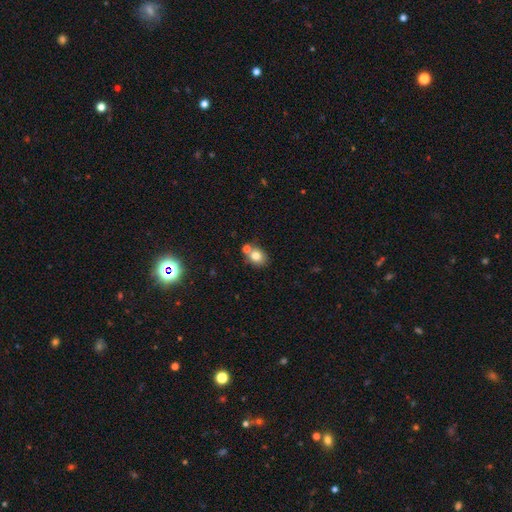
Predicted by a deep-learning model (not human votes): A smooth galaxy with no disk features (77%) that is round (51%).

Vote fractions:
- Smooth or featured? smooth: 77% / featured or disk: 12% / star or artifact: 11%
- How rounded? round: 51% / in between: 48% / cigar-shaped: 1%
- Merging? none: 58% / merger: 27% / minor disturbance: 11% / major disturbance: 3%